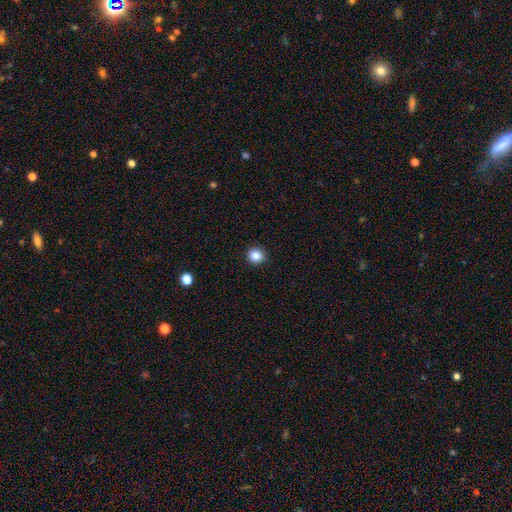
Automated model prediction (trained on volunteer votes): Overall: smooth (85%). How rounded: round (92%). Merging: none (92%).